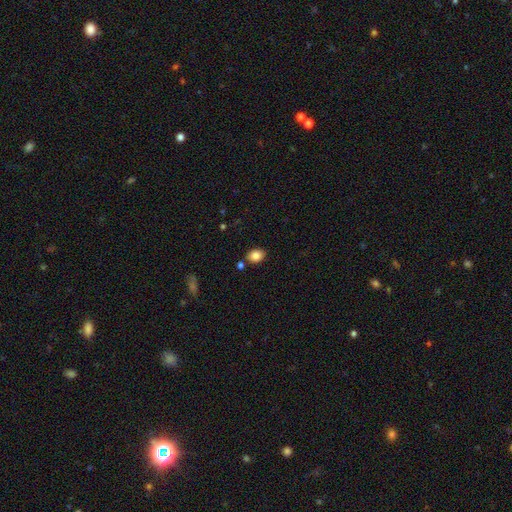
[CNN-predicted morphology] Overall: smooth (85%). How rounded: in between (67%; round 32%). Merging: none (81%).